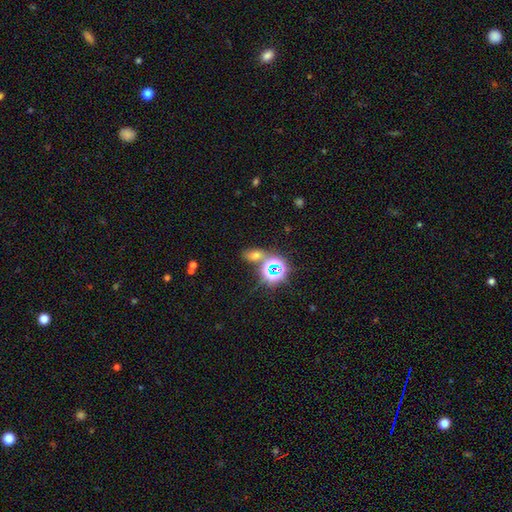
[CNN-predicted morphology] Smooth or featured? Predicted: smooth (p=0.50). Merging? Predicted: none (p=0.68).